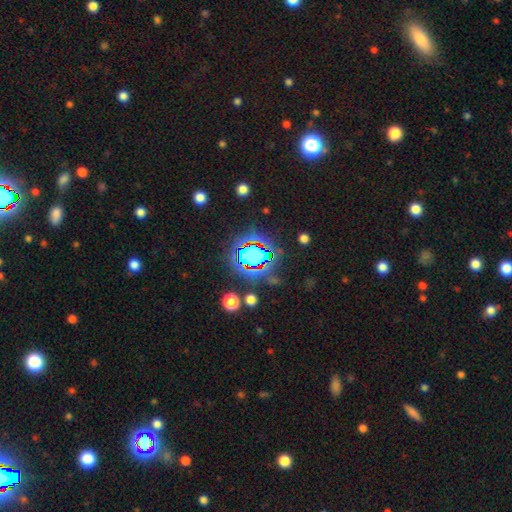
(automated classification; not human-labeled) This appears to be a star or artifact, not a galaxy (81%).